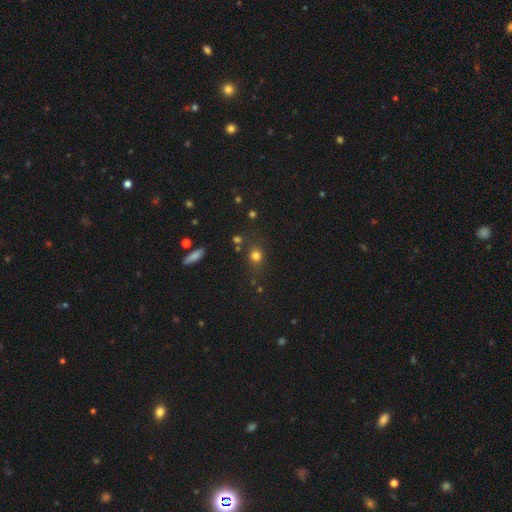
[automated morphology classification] Smooth or featured? Predicted: smooth (p=0.77). How rounded? Predicted: round (p=0.76). Merging? Predicted: none (p=0.77).